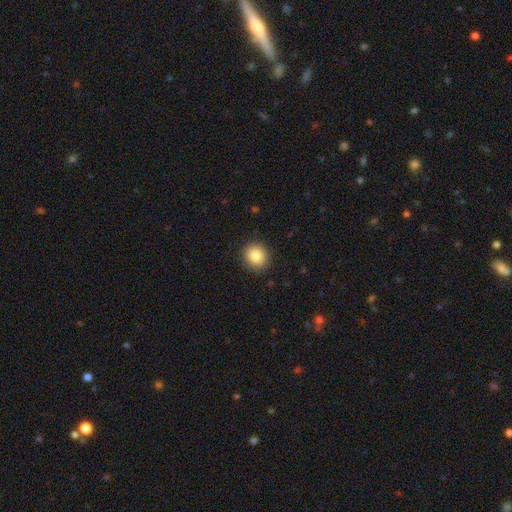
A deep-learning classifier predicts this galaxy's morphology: This is clearly a smooth galaxy (86%). How rounded: clearly round (84%). Merging: clearly none (89%).